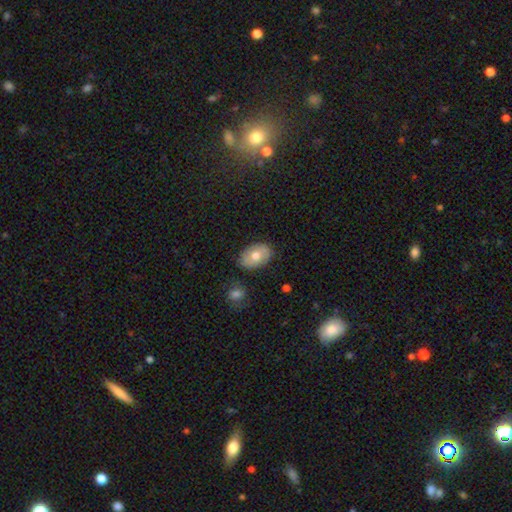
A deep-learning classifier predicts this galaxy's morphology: Overall: smooth (69%). How rounded: in between (87%). Merging: none (81%).